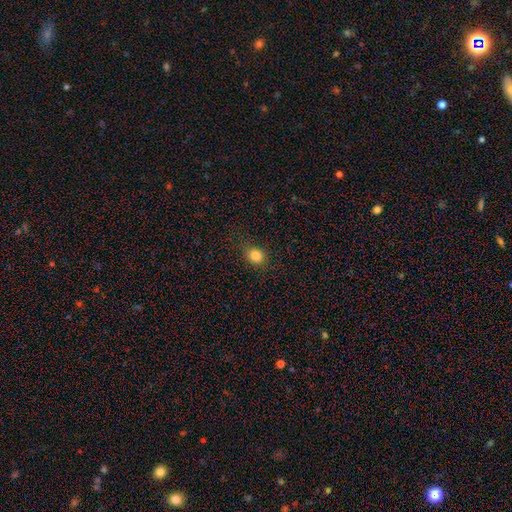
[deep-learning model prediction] This is clearly a smooth galaxy (83%). How rounded: likely round (66%). Merging: clearly none (82%).